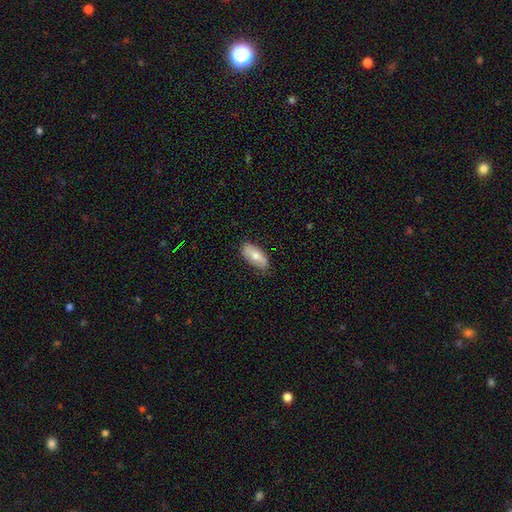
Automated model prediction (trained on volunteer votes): Smooth or featured? smooth (72%)
How rounded? in between (86%)
Merging? none (81%)